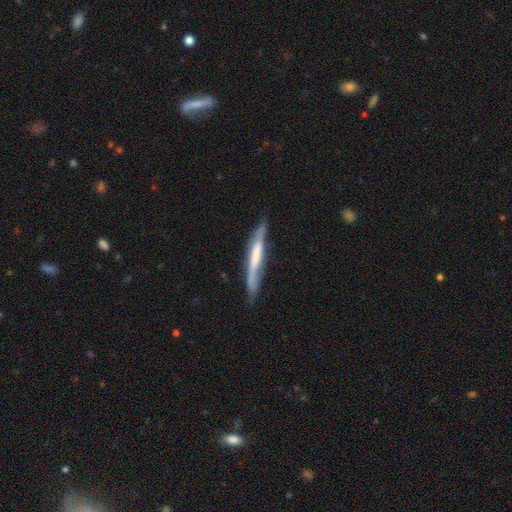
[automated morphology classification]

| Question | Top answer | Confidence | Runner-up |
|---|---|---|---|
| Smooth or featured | featured or disk | 55% | smooth (39%) |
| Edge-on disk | yes | 83% | no (17%) |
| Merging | none | 68% | minor disturbance (23%) |